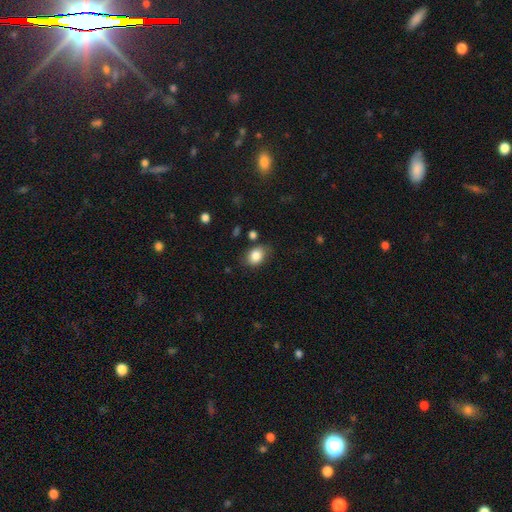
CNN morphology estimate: Smooth or featured? smooth (84%)
How rounded? in between (67%)
Merging? none (74%)